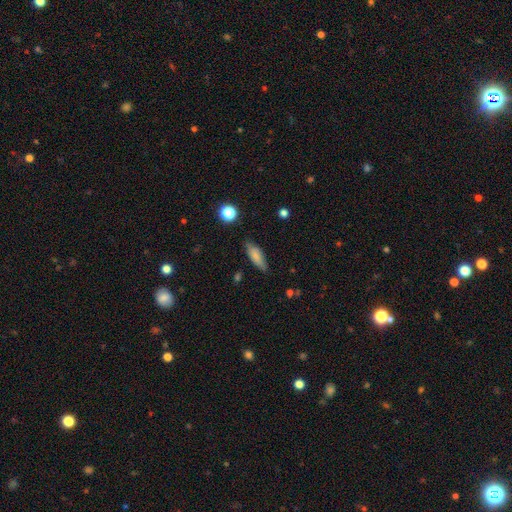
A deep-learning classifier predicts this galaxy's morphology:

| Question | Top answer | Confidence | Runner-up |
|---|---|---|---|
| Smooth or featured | smooth | 79% | featured or disk (14%) |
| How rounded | in between | 63% | cigar-shaped (35%) |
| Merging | none | 78% | minor disturbance (17%) |